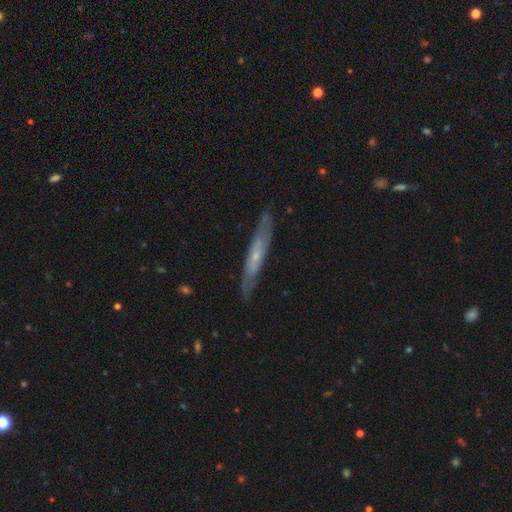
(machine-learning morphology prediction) Overall: featured or disk (61%; smooth 33%). Edge-on disk: yes (64%; no 36%). Merging: none (81%).